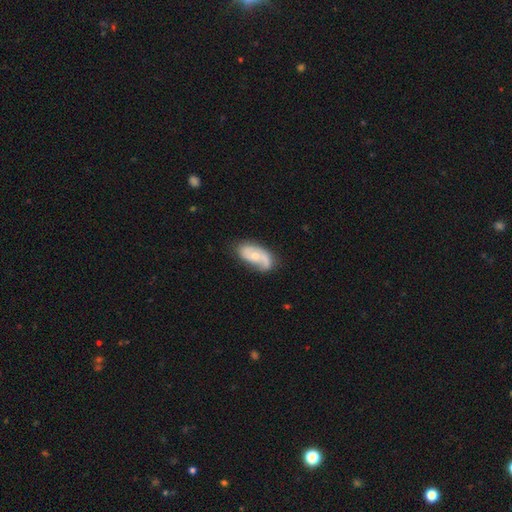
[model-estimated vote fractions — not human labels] A featured or disk galaxy (63%) with no bar (74%), spiral arms (84%) and a small central bulge (50%).

Vote fractions:
- Smooth or featured? featured or disk: 63% / smooth: 31% / star or artifact: 6%
- Edge-on disk? no: 93% / yes: 7%
- Bar? no: 74% / weak: 22% / strong: 5%
- Spiral arms? yes: 84% / no: 16%
- Bulge size? small: 50% / moderate: 45% / none: 2% / large: 2% / dominant: 1%
- Merging? none: 58% / minor disturbance: 27% / major disturbance: 12% / merger: 3%